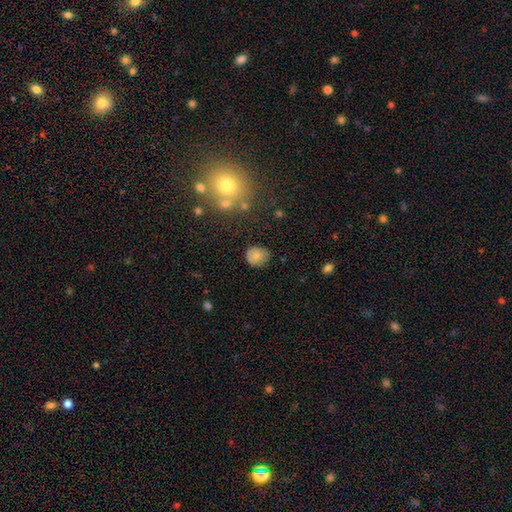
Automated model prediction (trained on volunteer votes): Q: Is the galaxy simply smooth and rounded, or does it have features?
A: smooth — 77%.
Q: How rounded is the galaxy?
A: round — 73%.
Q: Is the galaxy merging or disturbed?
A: none — 75%.